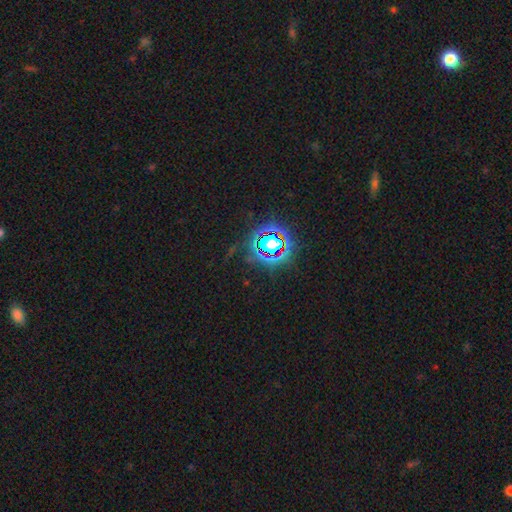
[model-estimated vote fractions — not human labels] smooth-or-featured: star or artifact: 81% | smooth: 13% | featured or disk: 7%